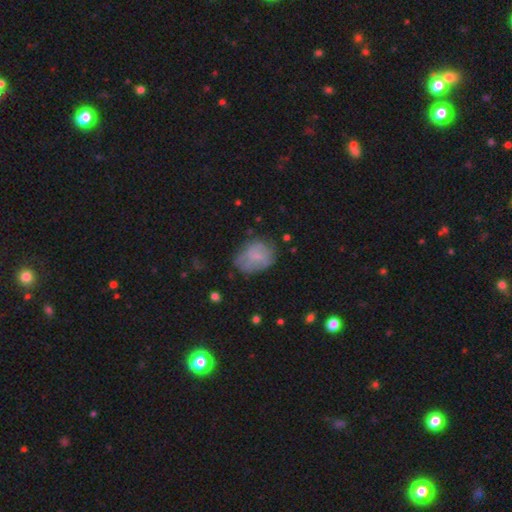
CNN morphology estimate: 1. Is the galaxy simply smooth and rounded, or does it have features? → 59% smooth, 32% featured or disk, 9% star or artifact.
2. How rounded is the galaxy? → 66% in between, 33% round, 1% cigar-shaped.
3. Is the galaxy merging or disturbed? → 55% none, 30% minor disturbance, 13% major disturbance, 2% merger.